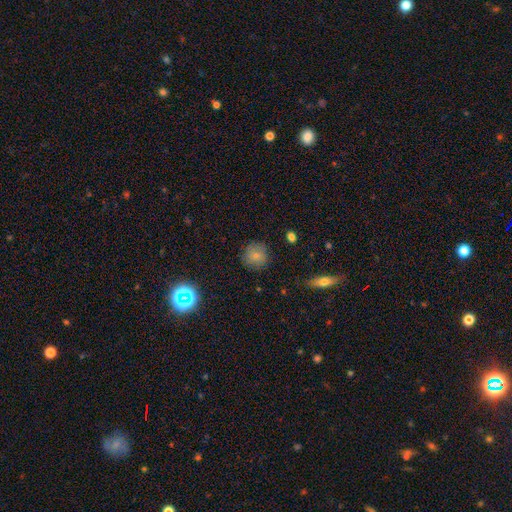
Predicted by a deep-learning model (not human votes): The model was most divided on "smooth or featured": smooth: 79%, star or artifact: 11%, featured or disk: 10%. More confident: how rounded — round (91%); merging — none (84%).